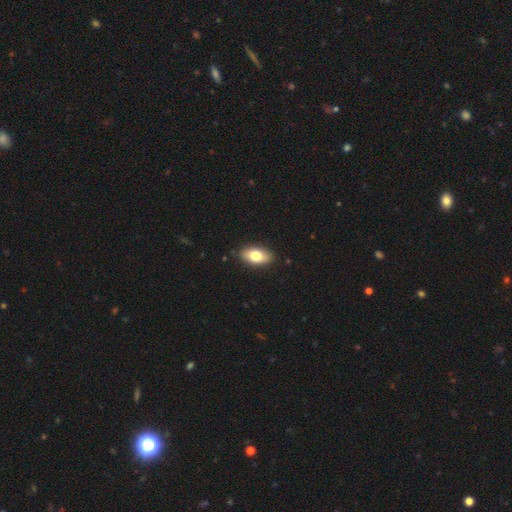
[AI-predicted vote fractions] The model was most divided on "smooth or featured": smooth: 77%, featured or disk: 16%, star or artifact: 7%. More confident: how rounded — in between (91%); merging — none (88%).